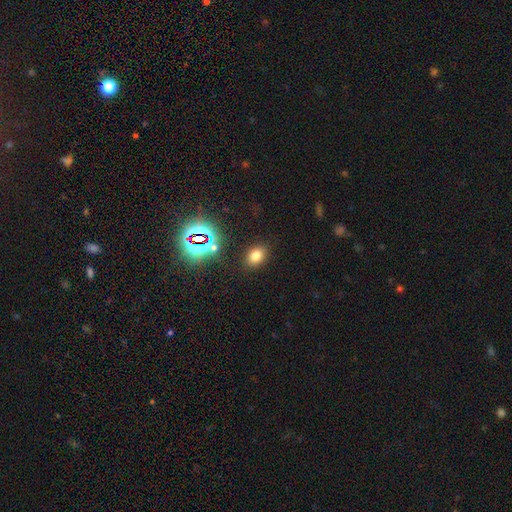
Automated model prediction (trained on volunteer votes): This appears to be a smooth galaxy with no disk features (71%) that is in between round and cigar-shaped (74%). Merging: none (86%).